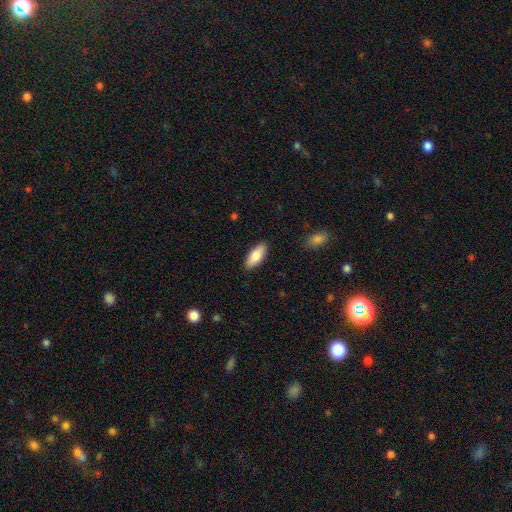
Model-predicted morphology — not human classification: A smooth galaxy with no disk features (81%) that is in between round and cigar-shaped (80%). Merging: none (89%).